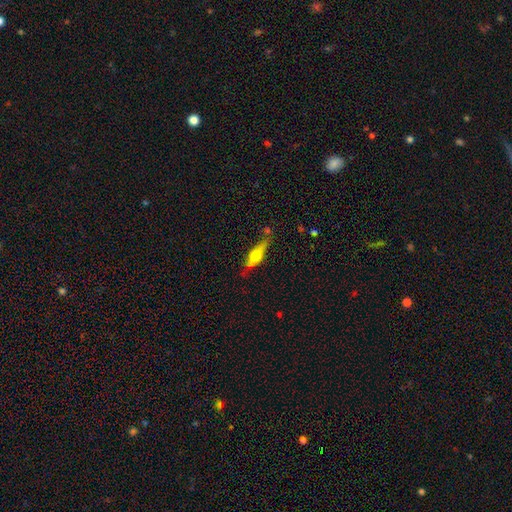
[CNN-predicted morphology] The model was most divided on "smooth or featured": featured or disk: 47%, smooth: 46%, star or artifact: 7%. More confident: merging — none (66%).